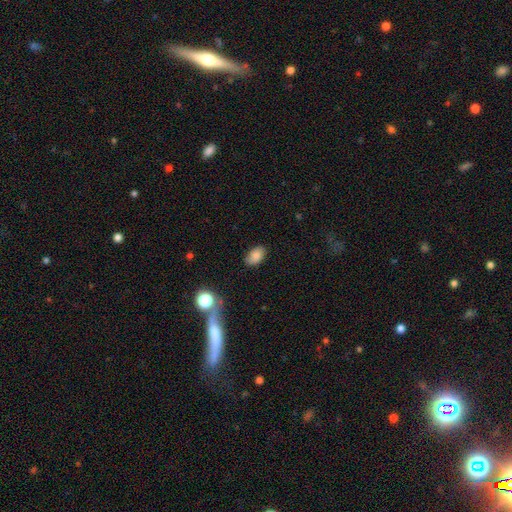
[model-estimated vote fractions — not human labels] Smooth or featured? smooth (83%)
How rounded? in between (91%)
Merging? none (79%)